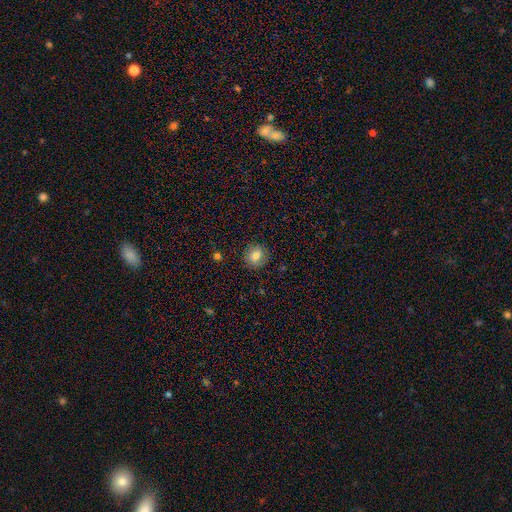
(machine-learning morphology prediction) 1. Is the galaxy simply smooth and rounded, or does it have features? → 79% smooth, 11% featured or disk, 10% star or artifact.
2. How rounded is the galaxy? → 84% round, 15% in between, 1% cigar-shaped.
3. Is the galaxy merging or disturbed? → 86% none, 10% minor disturbance, 3% major disturbance, 1% merger.